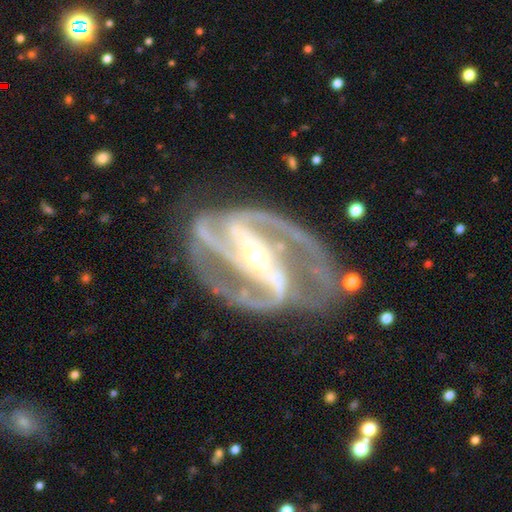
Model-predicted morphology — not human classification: This appears to be a featured or disk galaxy (94%) with a strong bar (76%), 2 (59%) medium (58%) spiral arms (98%) and a small central bulge (67%). Merging: none (59%).